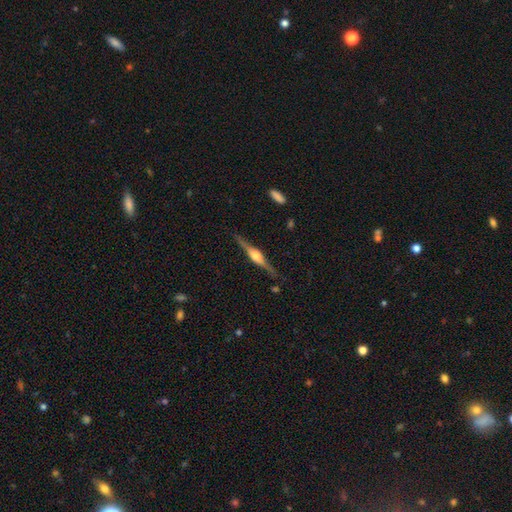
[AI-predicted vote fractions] Q: Smooth or featured?
A: featured or disk (81%); runner-up: smooth (13%)
Q: Edge-on disk?
A: yes (98%); runner-up: no (2%)
Q: Edge-on bulge?
A: rounded (89%); runner-up: boxy (9%)
Q: Merging?
A: none (87%); runner-up: minor disturbance (9%)